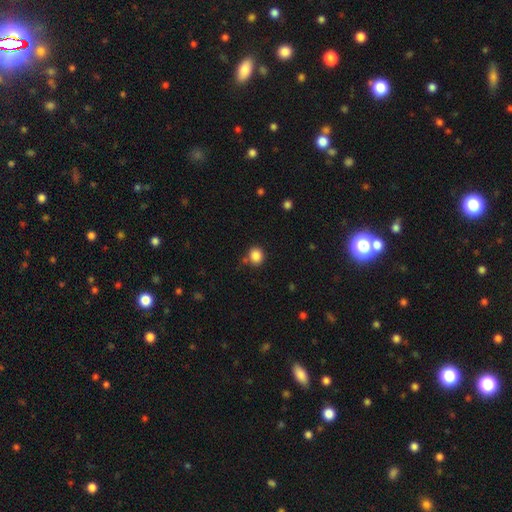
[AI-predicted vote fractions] The model was most divided on "how rounded": round: 76%, in between: 23%, cigar-shaped: 1%. More confident: smooth or featured — smooth (86%); merging — none (80%).